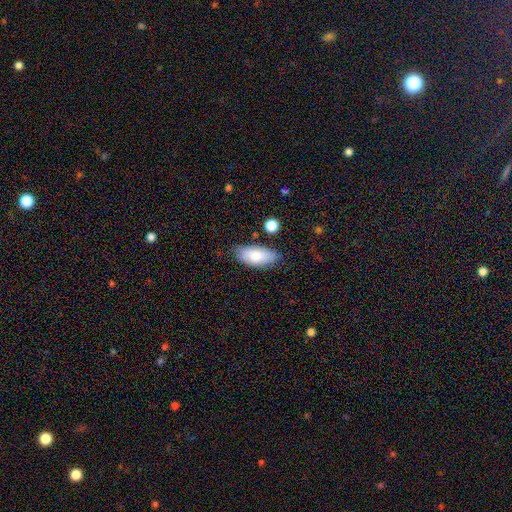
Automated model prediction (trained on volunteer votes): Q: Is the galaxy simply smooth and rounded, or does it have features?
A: smooth — 78%.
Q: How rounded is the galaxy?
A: in between — 88%.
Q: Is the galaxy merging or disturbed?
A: none — 77%.